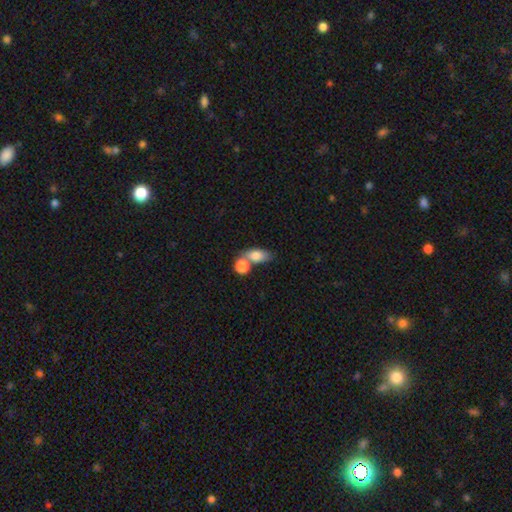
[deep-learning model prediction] Morphology: type=smooth (79%); roundness=in between (78%); merging=none (44%).